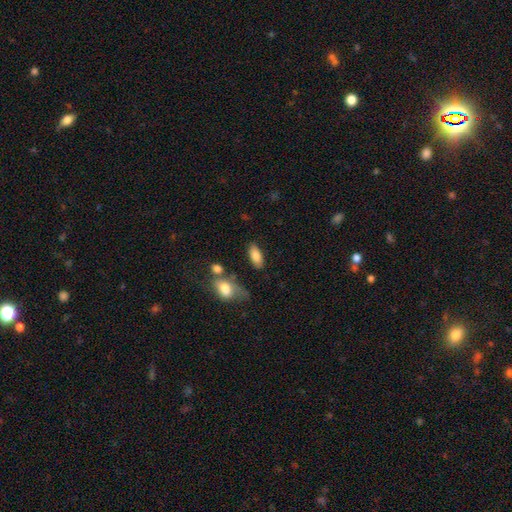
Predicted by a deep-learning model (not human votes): smooth_or_featured: smooth (p=0.83) [alt: featured or disk p=0.10]
how_rounded: in between (p=0.86) [alt: cigar-shaped p=0.11]
merging: none (p=0.73) [alt: minor disturbance p=0.15]